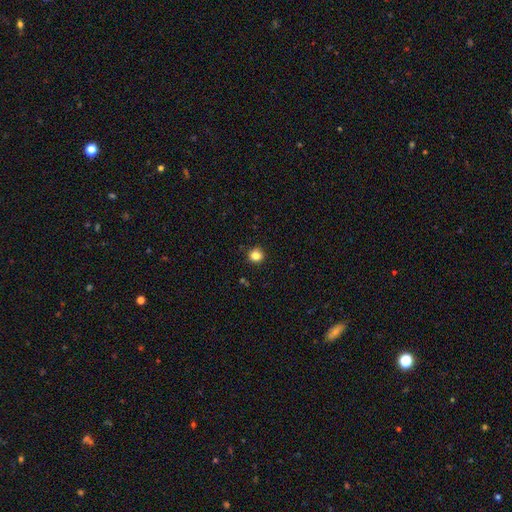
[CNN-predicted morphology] A smooth galaxy with no disk features (83%) that is round (92%).

Vote fractions:
- Smooth or featured? smooth: 83% / star or artifact: 12% / featured or disk: 5%
- How rounded? round: 92% / in between: 7% / cigar-shaped: 1%
- Merging? none: 91% / minor disturbance: 6% / major disturbance: 2% / merger: 1%